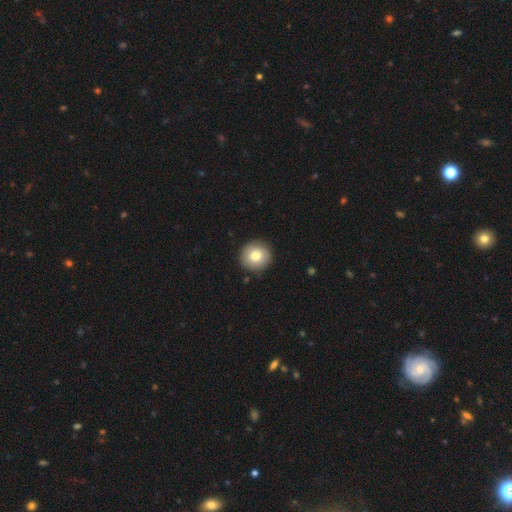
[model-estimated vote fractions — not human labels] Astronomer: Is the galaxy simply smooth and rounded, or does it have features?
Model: smooth — 79%.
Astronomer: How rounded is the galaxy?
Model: round — 94%.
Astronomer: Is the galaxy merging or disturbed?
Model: none — 90%.